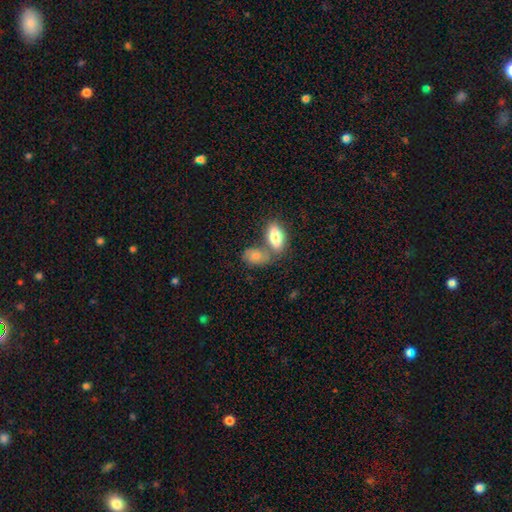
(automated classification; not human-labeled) Smooth or featured? Predicted: smooth (p=0.76). How rounded? Predicted: in between (p=0.86). Merging? Predicted: none (p=0.40).